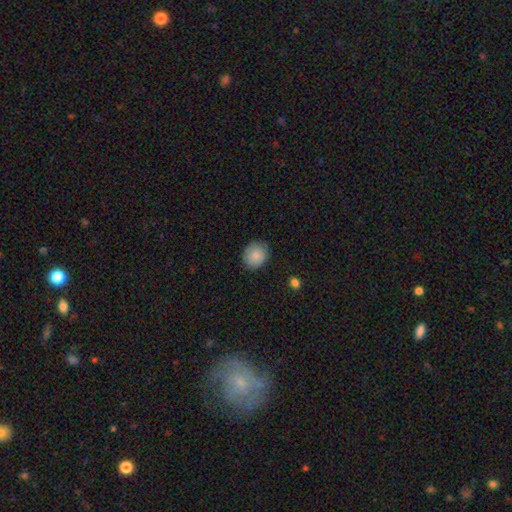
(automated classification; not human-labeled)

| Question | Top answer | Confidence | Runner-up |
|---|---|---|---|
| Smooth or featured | smooth | 87% | star or artifact (7%) |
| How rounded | round | 74% | in between (25%) |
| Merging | none | 84% | minor disturbance (12%) |